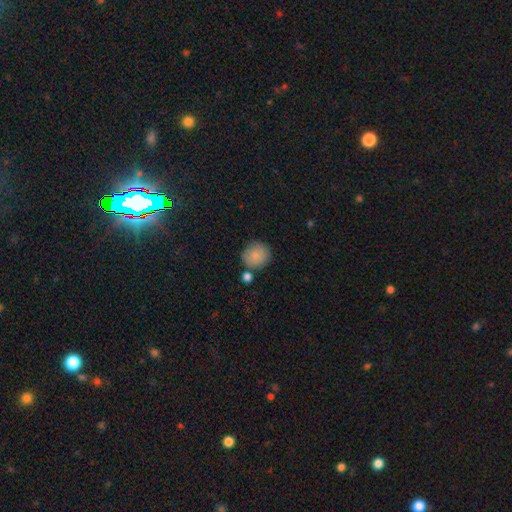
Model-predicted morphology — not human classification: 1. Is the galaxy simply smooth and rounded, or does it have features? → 86% smooth, 7% star or artifact, 7% featured or disk.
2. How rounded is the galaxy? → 82% round, 17% in between, 1% cigar-shaped.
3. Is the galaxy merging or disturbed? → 74% none, 13% minor disturbance, 10% merger, 3% major disturbance.